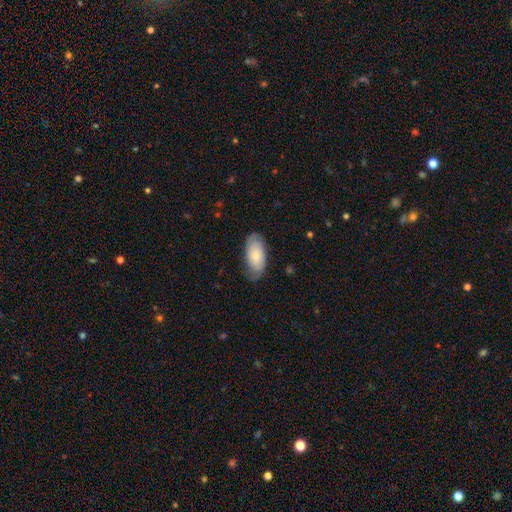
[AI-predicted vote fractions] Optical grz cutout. It shows a smooth galaxy with no disk features (70%) that is in between round and cigar-shaped (93%). Merging: none (72%).